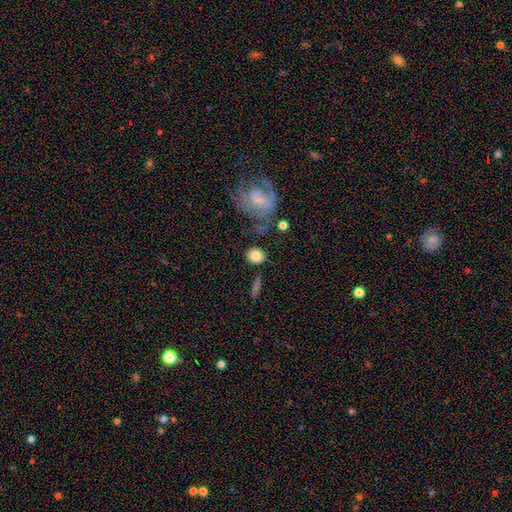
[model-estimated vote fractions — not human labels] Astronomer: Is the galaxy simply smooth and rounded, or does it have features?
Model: smooth — 81%.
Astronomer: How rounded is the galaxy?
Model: round — 83%.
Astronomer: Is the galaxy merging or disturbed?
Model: none — 74%.